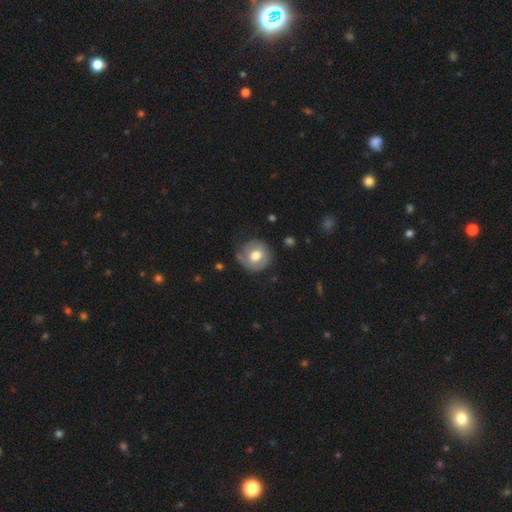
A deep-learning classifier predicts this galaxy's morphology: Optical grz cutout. It shows a smooth galaxy with no disk features (62%) that is round (90%). Merging: none (70%).